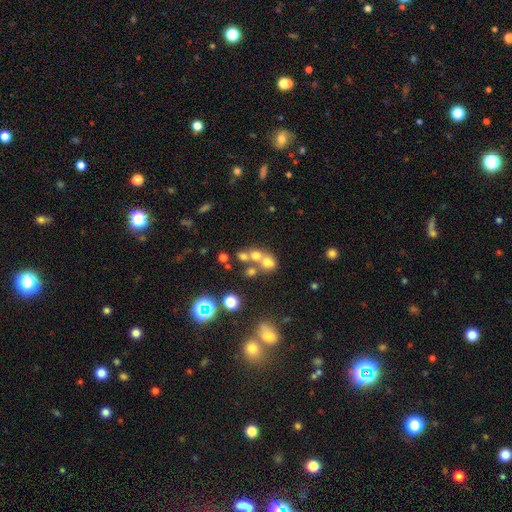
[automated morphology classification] This appears to be a smooth galaxy with no disk features (59%) that is round (74%). Merging: merger (51%).